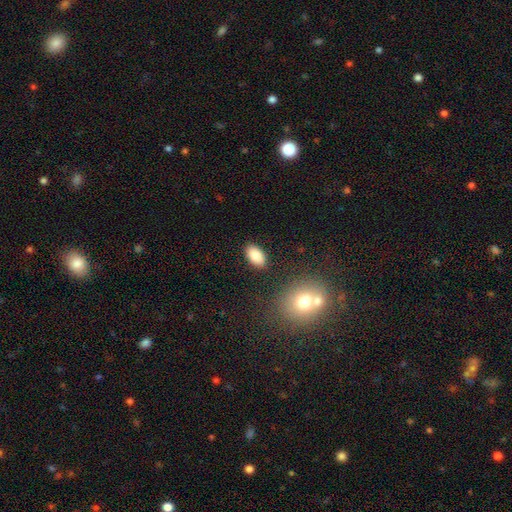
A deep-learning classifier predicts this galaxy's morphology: The model was most divided on "merging": none: 87%, minor disturbance: 9%, major disturbance: 2%, merger: 2%. More confident: how rounded — in between (94%); smooth or featured — smooth (87%).